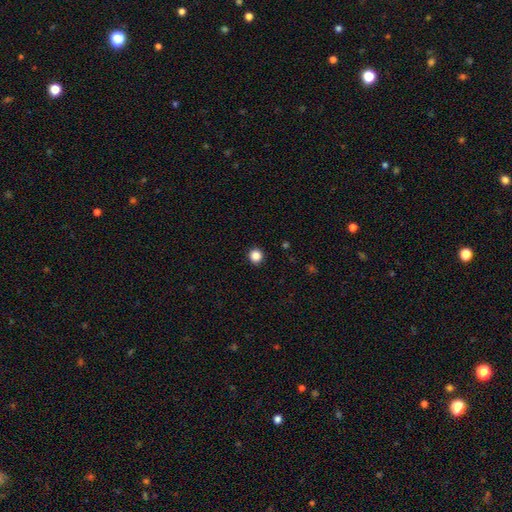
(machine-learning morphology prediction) Smooth or featured? smooth (86%)
How rounded? round (92%)
Merging? none (93%)